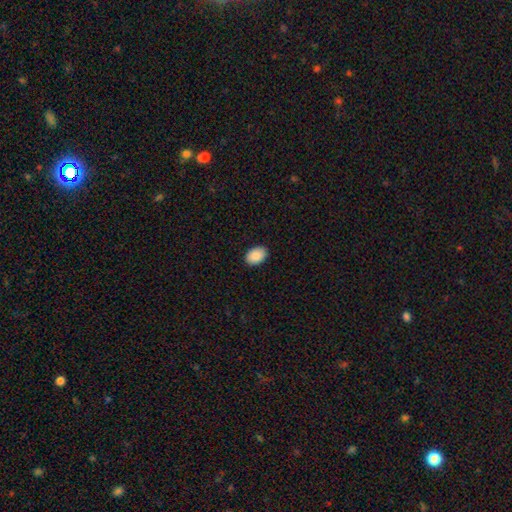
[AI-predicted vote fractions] Smooth or featured? Predicted: smooth (p=0.91). How rounded? Predicted: in between (p=0.84). Merging? Predicted: none (p=0.89).